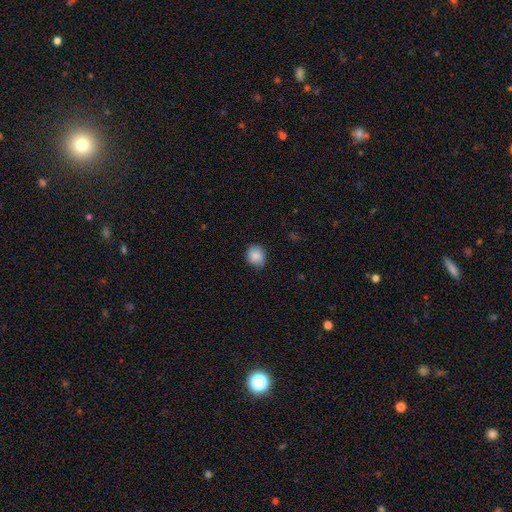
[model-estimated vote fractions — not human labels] A smooth galaxy with no disk features (88%) that is round (66%). Merging: none (85%).